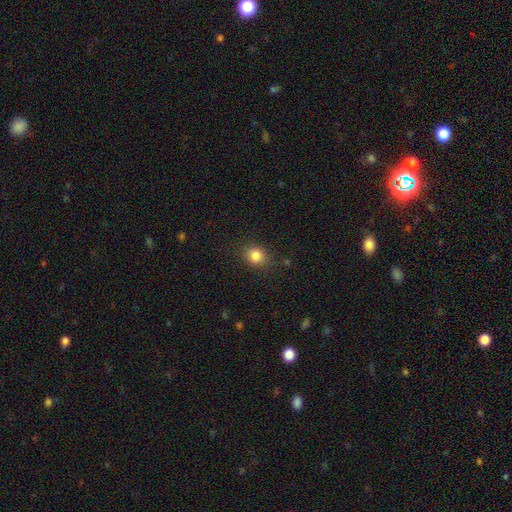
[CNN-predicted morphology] The model was most divided on "how rounded": round: 72%, in between: 27%, cigar-shaped: 1%. More confident: merging — none (85%); smooth or featured — smooth (84%).